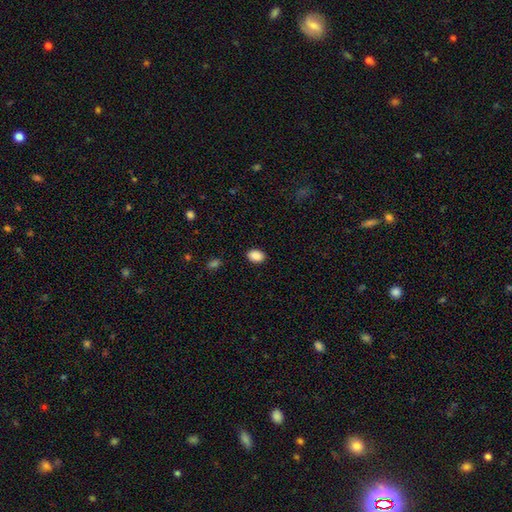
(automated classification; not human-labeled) The model was most divided on "how rounded": in between: 79%, round: 20%, cigar-shaped: 1%. More confident: smooth or featured — smooth (89%); merging — none (89%).